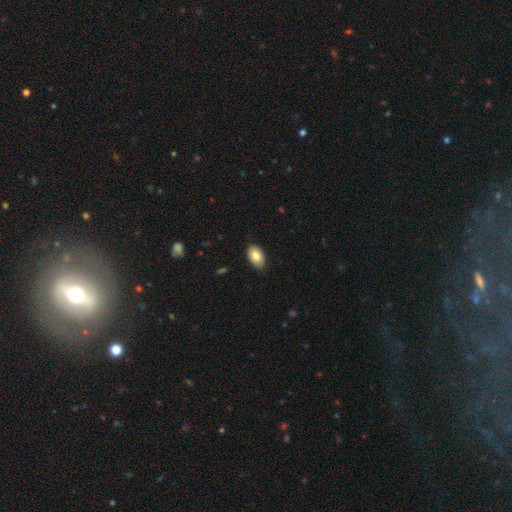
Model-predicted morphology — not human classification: The model was most divided on "merging": none: 85%, minor disturbance: 12%, major disturbance: 2%, merger: 1%. More confident: how rounded — in between (93%); smooth or featured — smooth (83%).